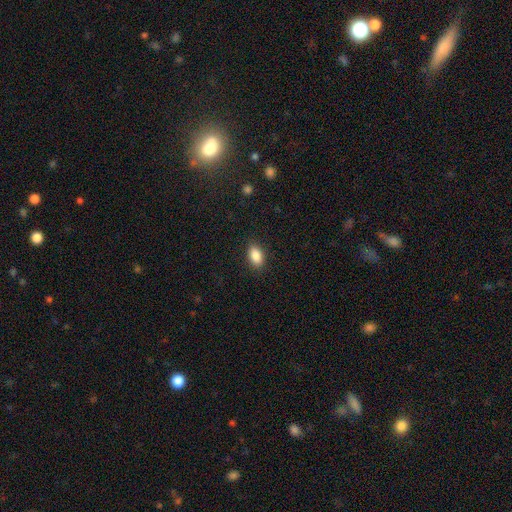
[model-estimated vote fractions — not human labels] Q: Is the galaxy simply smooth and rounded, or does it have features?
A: smooth — 88%.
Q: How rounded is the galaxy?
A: in between — 91%.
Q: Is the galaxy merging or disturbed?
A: none — 89%.